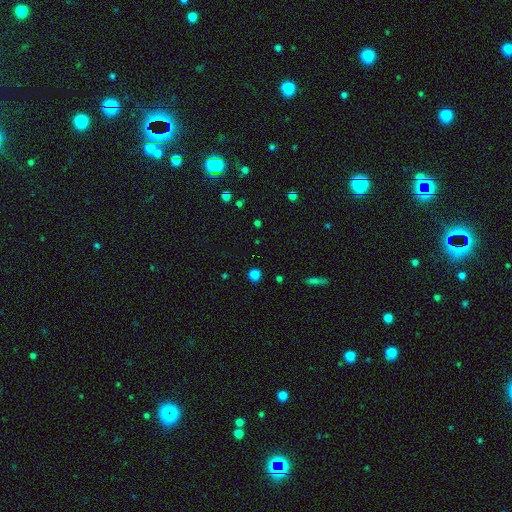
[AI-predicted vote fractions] A smooth galaxy with no disk features (75%) that is round (88%).

Vote fractions:
- Smooth or featured? smooth: 75% / star or artifact: 21% / featured or disk: 4%
- How rounded? round: 88% / in between: 11% / cigar-shaped: 1%
- Merging? none: 90% / minor disturbance: 6% / major disturbance: 2% / merger: 2%